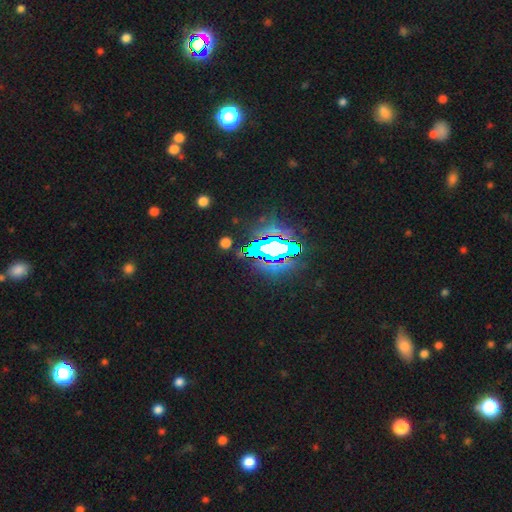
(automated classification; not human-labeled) smooth-or-featured: star or artifact: 81% | smooth: 11% | featured or disk: 8%